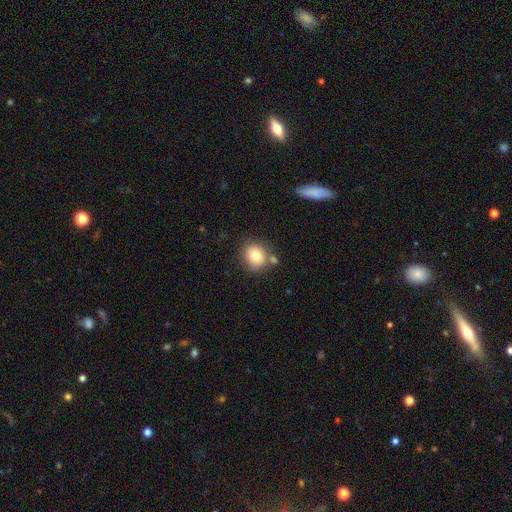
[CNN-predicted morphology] Overall: smooth (79%). How rounded: round (79%). Merging: none (70%).